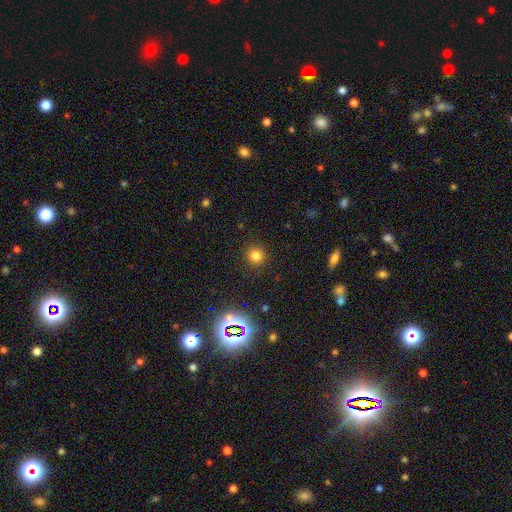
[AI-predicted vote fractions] smooth-or-featured: smooth: 79% | star or artifact: 16% | featured or disk: 5%
  how-rounded: round: 93% | in between: 6% | cigar-shaped: 1%
  merging: none: 91% | minor disturbance: 6% | major disturbance: 2% | merger: 1%